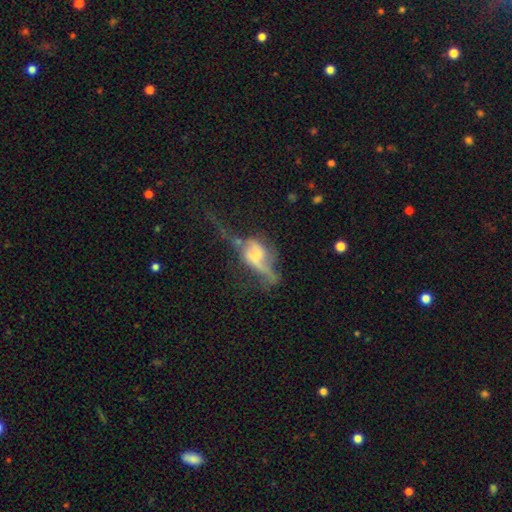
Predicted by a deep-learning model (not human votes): Morphology: type=featured or disk (62%); edge-on=no (79%); merging=major disturbance (53%).